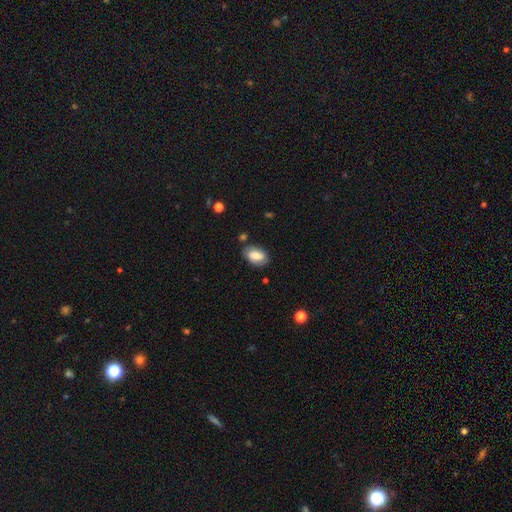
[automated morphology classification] This is likely a smooth galaxy (66%). How rounded: clearly in between (91%). Merging: likely none (76%).